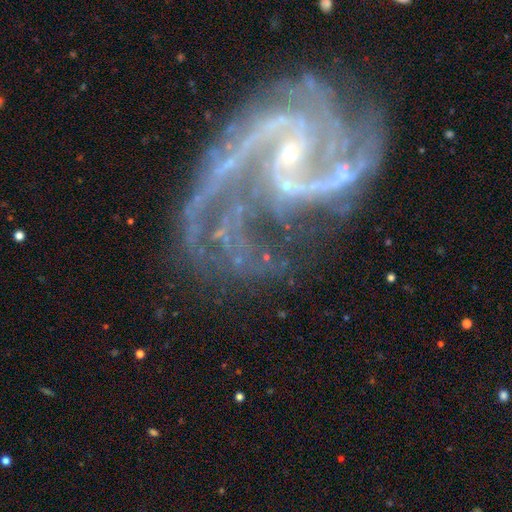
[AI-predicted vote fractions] Morphology: type=featured or disk (92%); edge-on=no (98%); bar=no (40%); spiral arms=yes (98%); winding=medium (53%); arm count=2 (58%); bulge=small (86%); merging=none (46%).